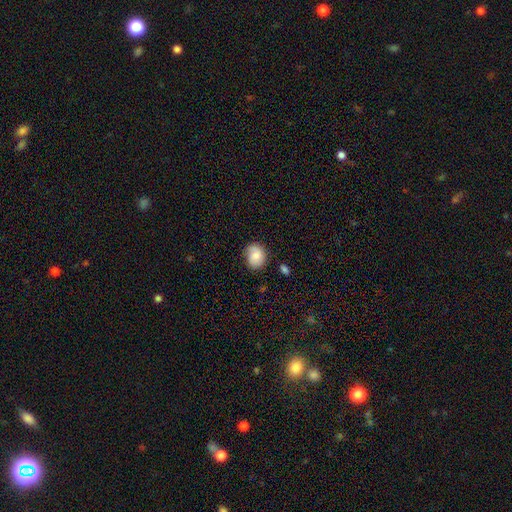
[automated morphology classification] smooth 74%, featured or disk 18%, star or artifact 8%. Down the decision tree: how rounded — round (59%); merging — none (68%).